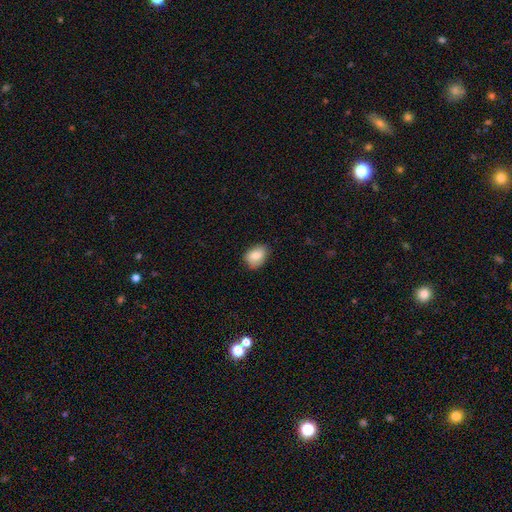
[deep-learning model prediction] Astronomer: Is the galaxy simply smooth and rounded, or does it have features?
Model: smooth — 82%.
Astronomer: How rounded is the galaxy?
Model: in between — 73%.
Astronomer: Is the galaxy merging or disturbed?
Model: none — 74%.